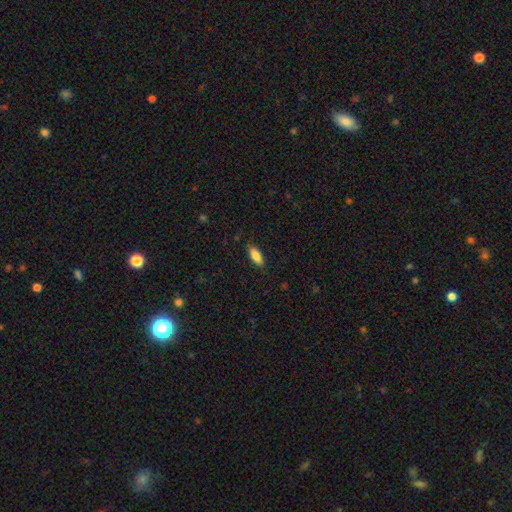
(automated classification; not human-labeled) Smooth or featured? Predicted: smooth (p=0.85). How rounded? Predicted: in between (p=0.79). Merging? Predicted: none (p=0.85).